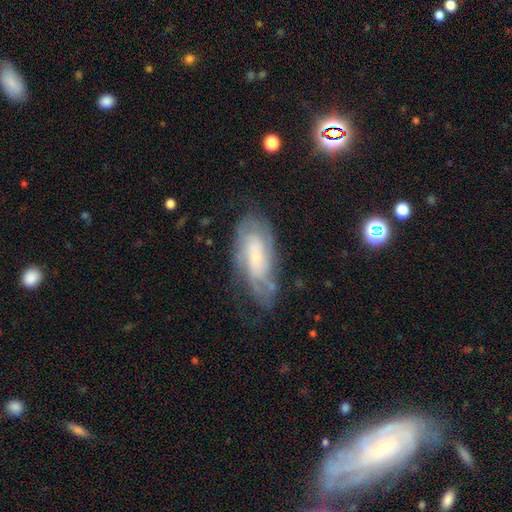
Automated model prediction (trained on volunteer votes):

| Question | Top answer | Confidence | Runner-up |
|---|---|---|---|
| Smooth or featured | featured or disk | 71% | smooth (21%) |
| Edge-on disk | no | 90% | yes (10%) |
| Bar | no | 60% | weak (32%) |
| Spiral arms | yes | 88% | no (12%) |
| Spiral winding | tight | 60% | medium (31%) |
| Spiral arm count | can't tell | 52% | 2 (22%) |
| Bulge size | small | 65% | moderate (22%) |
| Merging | none | 66% | minor disturbance (22%) |